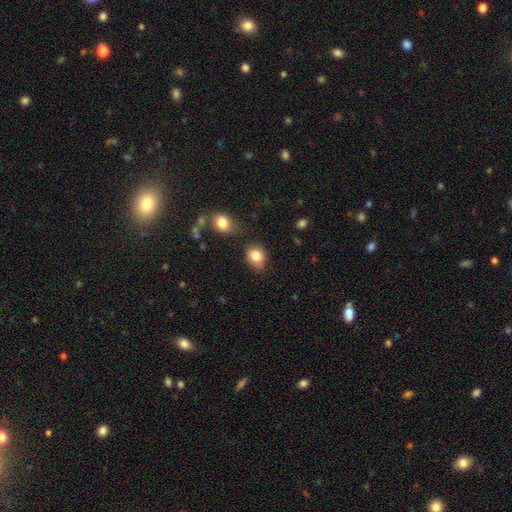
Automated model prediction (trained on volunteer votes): Q: Smooth or featured?
A: smooth (82%); runner-up: star or artifact (10%)
Q: How rounded?
A: in between (52%); runner-up: round (47%)
Q: Merging?
A: none (67%); runner-up: minor disturbance (23%)